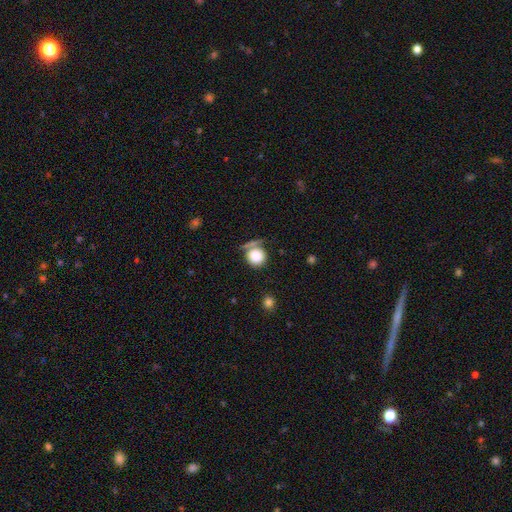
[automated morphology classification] smooth 82%, star or artifact 10%, featured or disk 8%. Down the decision tree: how rounded — round (90%); merging — none (60%).